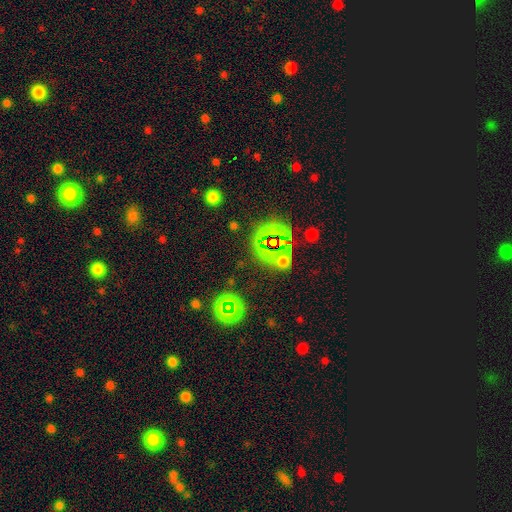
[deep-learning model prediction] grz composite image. It shows a star or artifact, not a galaxy (75%).